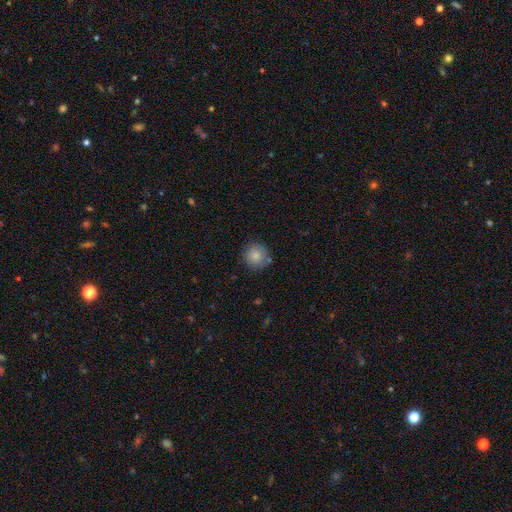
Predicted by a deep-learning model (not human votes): Smooth or featured: smooth — 84% (star or artifact — 9%)
How rounded: round — 94% (in between — 5%)
Merging: none — 85% (minor disturbance — 10%)